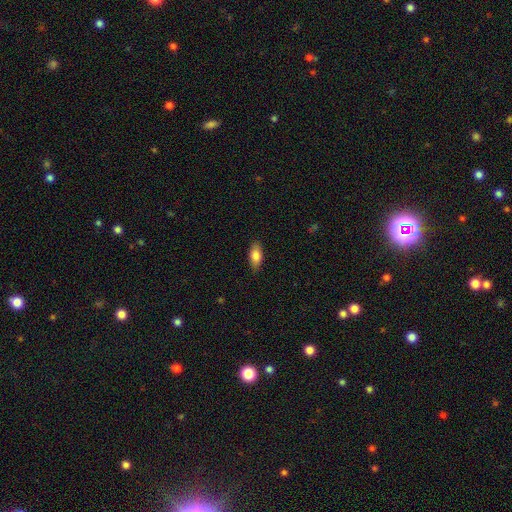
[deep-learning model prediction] The model was most divided on "smooth or featured": smooth: 82%, featured or disk: 11%, star or artifact: 7%. More confident: merging — none (86%); how rounded — in between (85%).